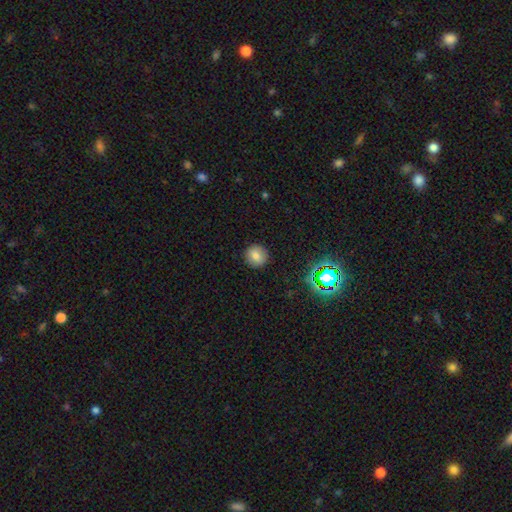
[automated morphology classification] Q: Smooth or featured?
A: smooth (77%); runner-up: star or artifact (14%)
Q: How rounded?
A: round (91%); runner-up: in between (8%)
Q: Merging?
A: none (90%); runner-up: minor disturbance (7%)